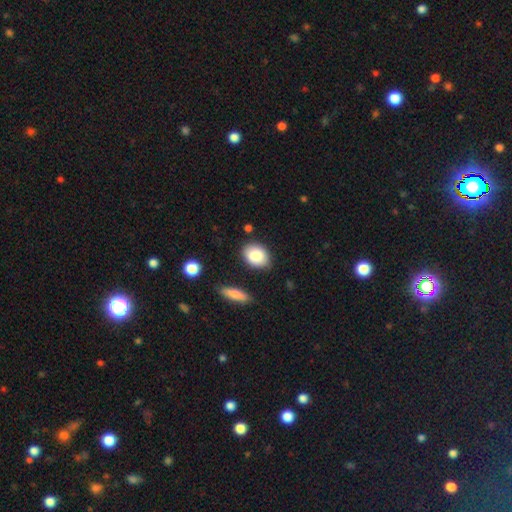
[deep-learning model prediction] A smooth galaxy with no disk features (86%) that is in between round and cigar-shaped (73%).

Vote fractions:
- Smooth or featured? smooth: 86% / star or artifact: 7% / featured or disk: 7%
- How rounded? in between: 73% / round: 26% / cigar-shaped: 2%
- Merging? none: 79% / minor disturbance: 15% / merger: 4% / major disturbance: 3%